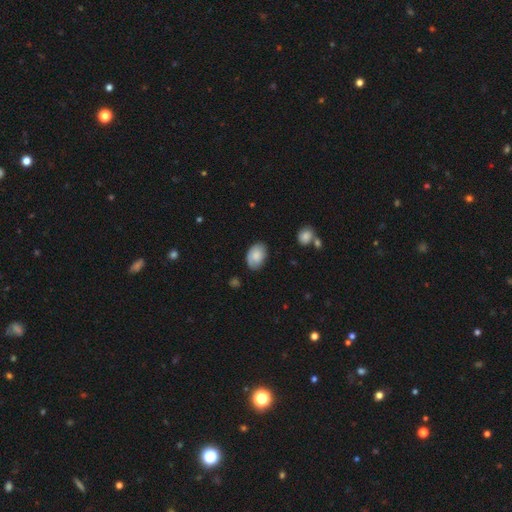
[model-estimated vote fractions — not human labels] Smooth or featured? smooth (75%)
How rounded? in between (86%)
Merging? none (75%)